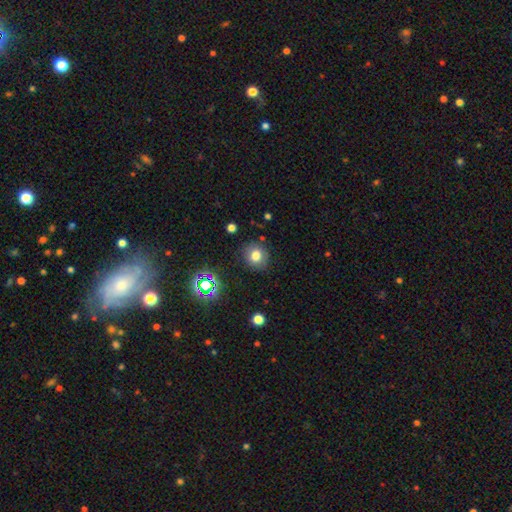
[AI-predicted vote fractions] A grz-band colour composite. It shows a smooth galaxy with no disk features (75%) that is round (82%). Merging: none (86%).